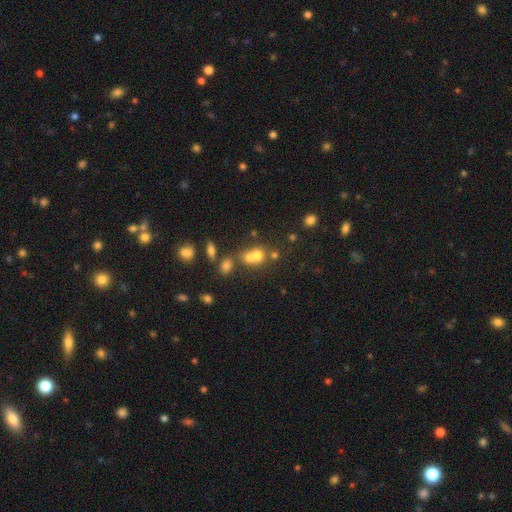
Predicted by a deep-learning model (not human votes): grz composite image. It shows a smooth galaxy with no disk features (64%) that is round (74%). Merging: merger (54%).